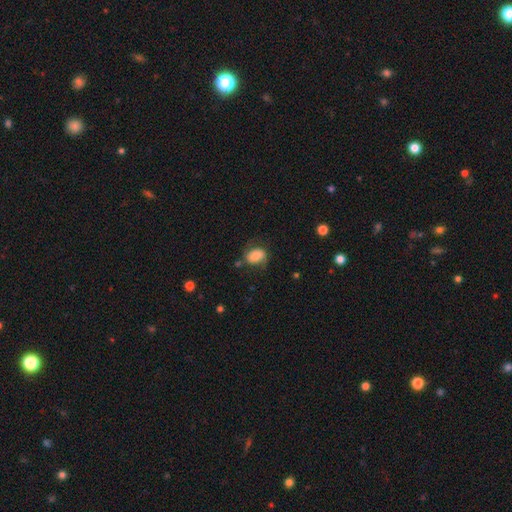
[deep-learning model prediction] Smooth or featured: smooth — 66% (featured or disk — 25%)
How rounded: in between — 76% (round — 22%)
Merging: none — 57% (minor disturbance — 26%)